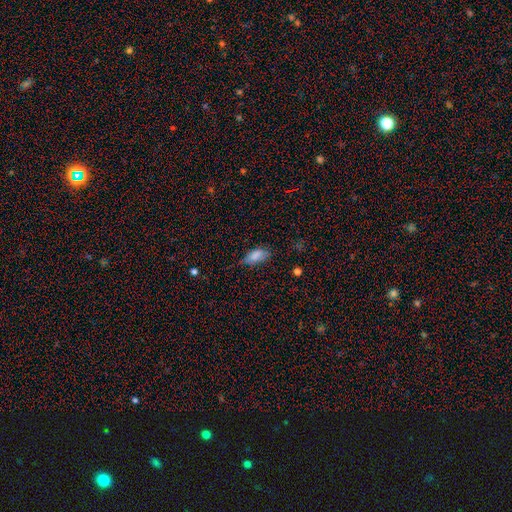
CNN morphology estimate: Q: Smooth or featured?
A: smooth (81%); runner-up: star or artifact (9%)
Q: How rounded?
A: in between (88%); runner-up: cigar-shaped (9%)
Q: Merging?
A: none (55%); runner-up: minor disturbance (34%)